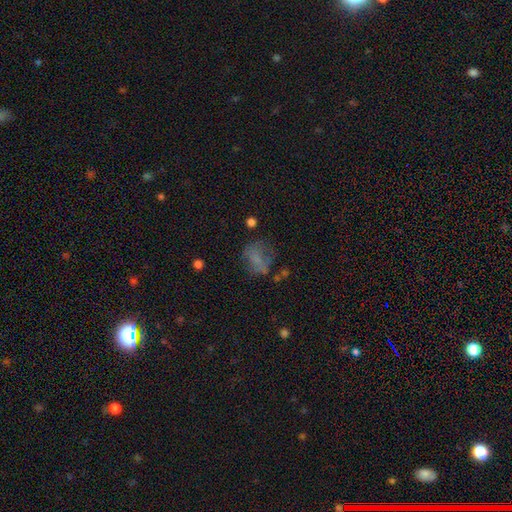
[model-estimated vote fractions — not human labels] This is possibly a smooth galaxy (56%). How rounded: possibly in between (52%). Merging: possibly none (47%).